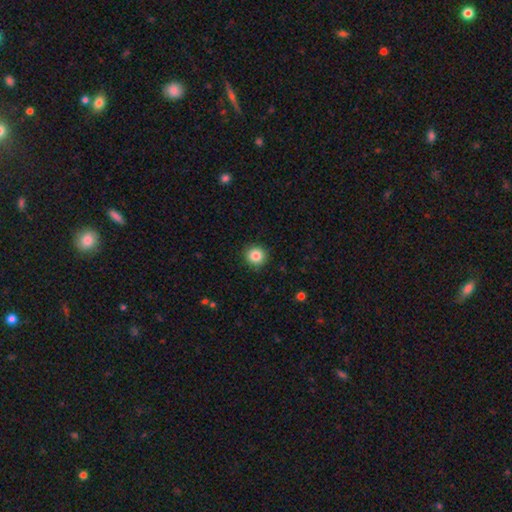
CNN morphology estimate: smooth_or_featured: smooth (p=0.85) [alt: star or artifact p=0.10]
how_rounded: round (p=0.94) [alt: in between p=0.05]
merging: none (p=0.91) [alt: minor disturbance p=0.06]